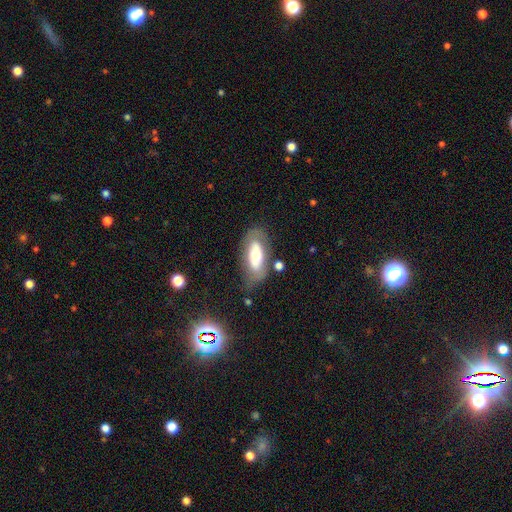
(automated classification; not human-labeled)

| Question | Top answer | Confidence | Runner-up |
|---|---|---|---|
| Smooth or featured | smooth | 47% | featured or disk (46%) |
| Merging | none | 66% | minor disturbance (20%) |